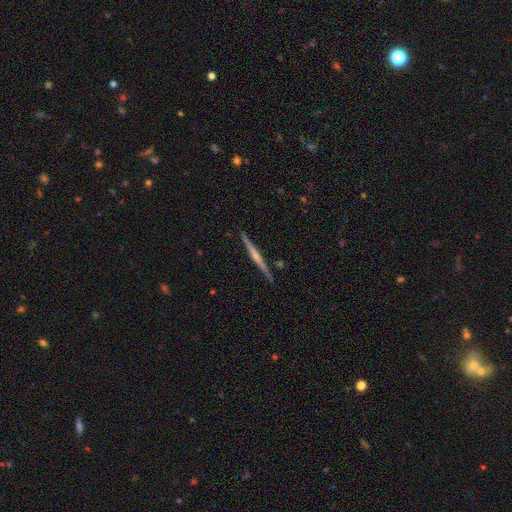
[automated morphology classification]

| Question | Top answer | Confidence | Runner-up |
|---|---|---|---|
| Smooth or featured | featured or disk | 67% | smooth (28%) |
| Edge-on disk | yes | 98% | no (2%) |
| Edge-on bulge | none | 48% | rounded (41%) |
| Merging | none | 89% | minor disturbance (8%) |